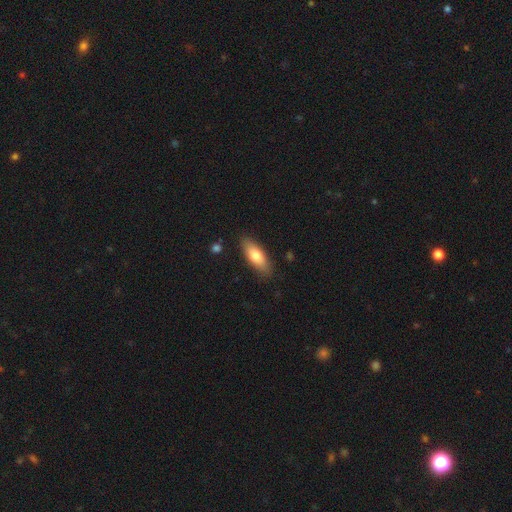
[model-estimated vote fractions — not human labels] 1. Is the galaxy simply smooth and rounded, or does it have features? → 74% smooth, 20% featured or disk, 6% star or artifact.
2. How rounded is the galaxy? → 65% in between, 33% cigar-shaped, 2% round.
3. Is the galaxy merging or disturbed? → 85% none, 11% minor disturbance, 2% major disturbance, 1% merger.